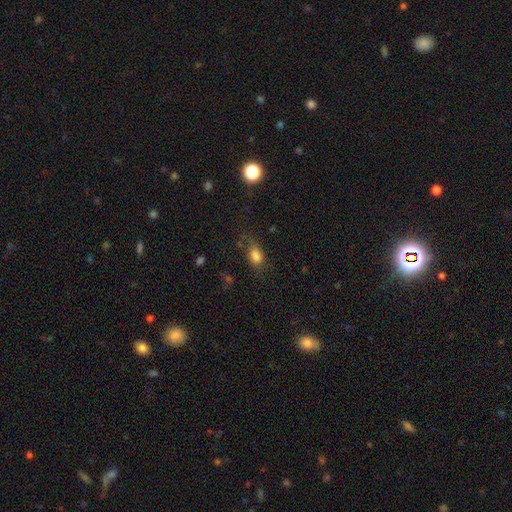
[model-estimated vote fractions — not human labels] Smooth or featured? Predicted: smooth (p=0.80). How rounded? Predicted: in between (p=0.82). Merging? Predicted: none (p=0.61).